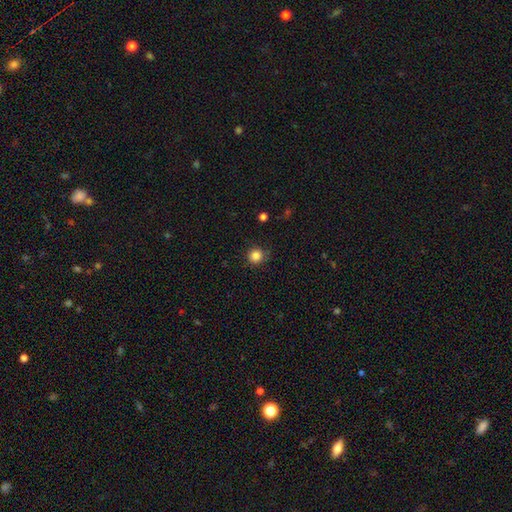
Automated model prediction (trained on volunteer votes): Smooth or featured? smooth (85%)
How rounded? round (94%)
Merging? none (86%)